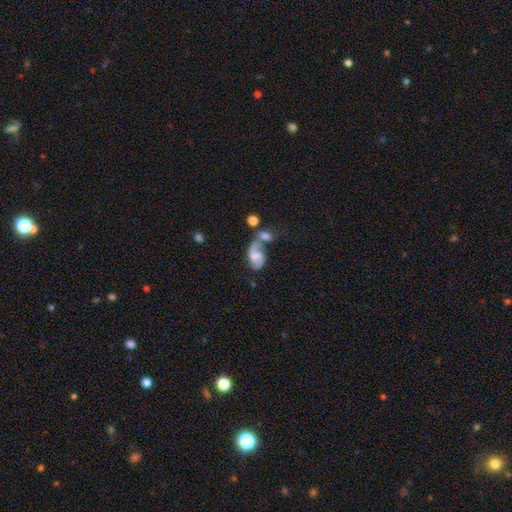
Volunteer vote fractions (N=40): Volunteers were most divided on "smooth or featured": featured or disk: 55%, smooth: 40%, star or artifact: 5%. Remaining: spiral arm count — 2 (94%); spiral arms — yes (89%); edge-on disk — no (86%); spiral winding — loose (71%); bulge size — none (63%); bar — strong (53%); merging — merger (47%).